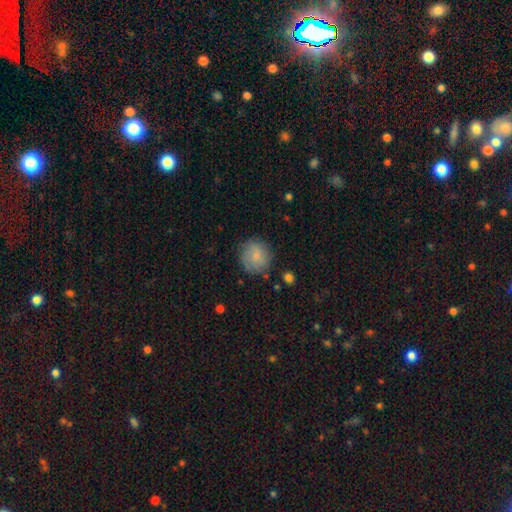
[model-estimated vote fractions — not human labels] smooth 77%, featured or disk 16%, star or artifact 7%. Down the decision tree: how rounded — round (91%); merging — none (78%).